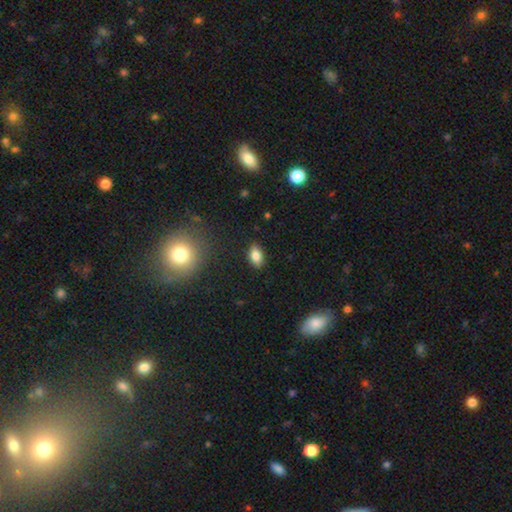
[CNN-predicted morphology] smooth_or_featured: smooth (p=0.83) [alt: star or artifact p=0.09]
how_rounded: in between (p=0.89) [alt: round p=0.08]
merging: none (p=0.86) [alt: minor disturbance p=0.10]